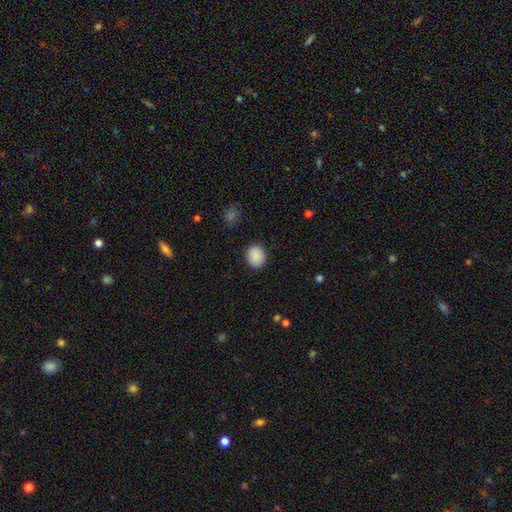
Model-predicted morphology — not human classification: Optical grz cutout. It shows a smooth galaxy with no disk features (89%) that is round (64%). Merging: none (88%).